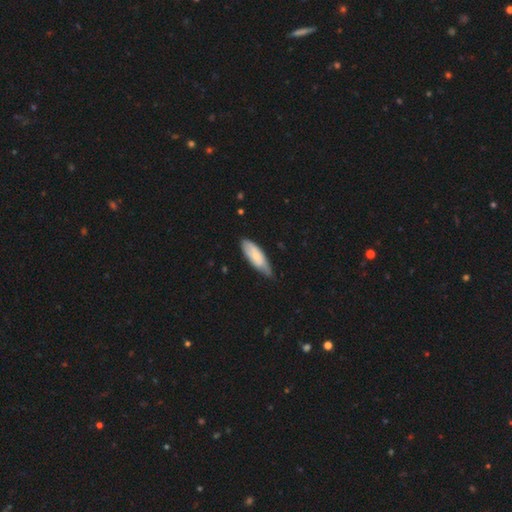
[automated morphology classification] smooth-or-featured: smooth: 63% | featured or disk: 32% | star or artifact: 6%
  how-rounded: in between: 65% | cigar-shaped: 34% | round: 2%
  merging: none: 60% | minor disturbance: 33% | major disturbance: 5% | merger: 2%